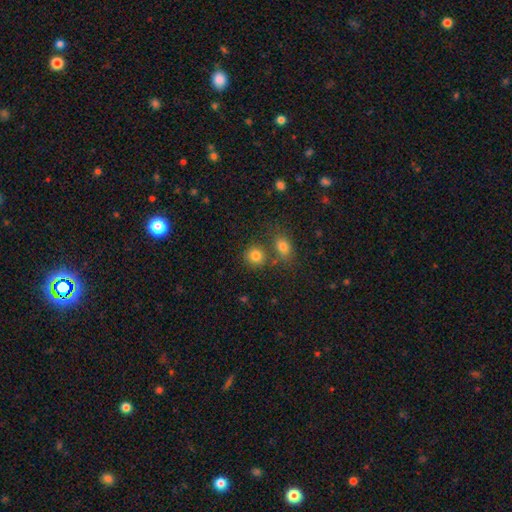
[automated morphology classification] A smooth galaxy with no disk features (80%) that is round (83%).

Vote fractions:
- Smooth or featured? smooth: 80% / star or artifact: 13% / featured or disk: 7%
- How rounded? round: 83% / in between: 16% / cigar-shaped: 1%
- Merging? none: 65% / merger: 21% / minor disturbance: 10% / major disturbance: 4%